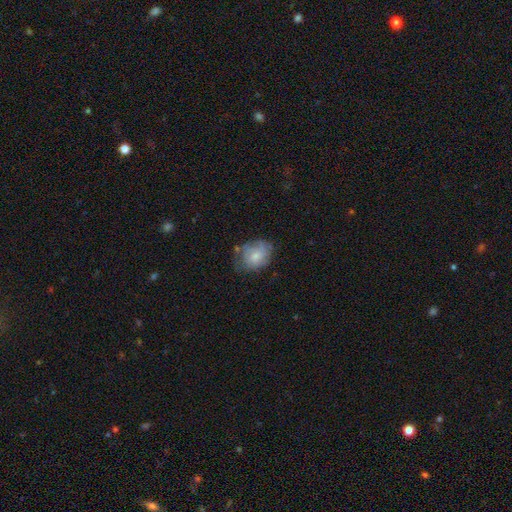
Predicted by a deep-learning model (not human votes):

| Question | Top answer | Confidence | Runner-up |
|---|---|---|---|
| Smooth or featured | smooth | 61% | featured or disk (31%) |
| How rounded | in between | 50% | round (49%) |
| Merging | none | 53% | minor disturbance (31%) |